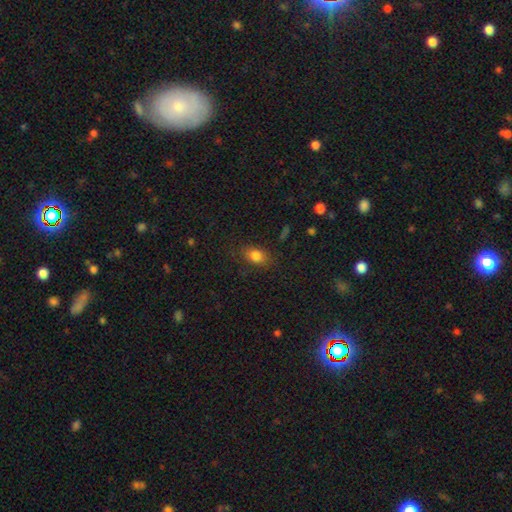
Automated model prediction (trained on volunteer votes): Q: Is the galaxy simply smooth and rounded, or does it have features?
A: smooth — 82%.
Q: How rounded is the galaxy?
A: in between — 77%.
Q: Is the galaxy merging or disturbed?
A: none — 80%.